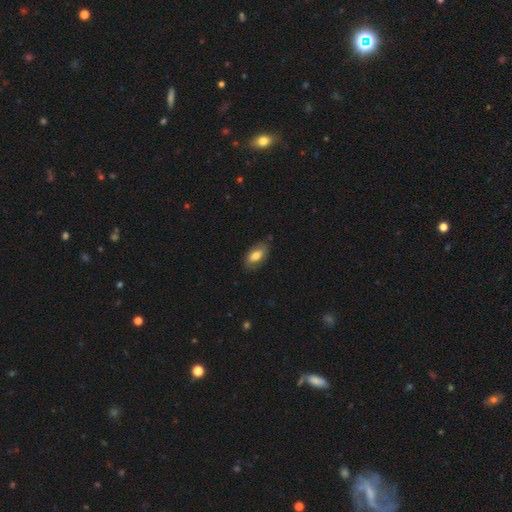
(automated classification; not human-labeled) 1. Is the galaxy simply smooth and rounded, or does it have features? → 73% smooth, 20% featured or disk, 7% star or artifact.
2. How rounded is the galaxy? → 90% in between, 6% cigar-shaped, 4% round.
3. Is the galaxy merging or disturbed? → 77% none, 18% minor disturbance, 4% major disturbance, 1% merger.